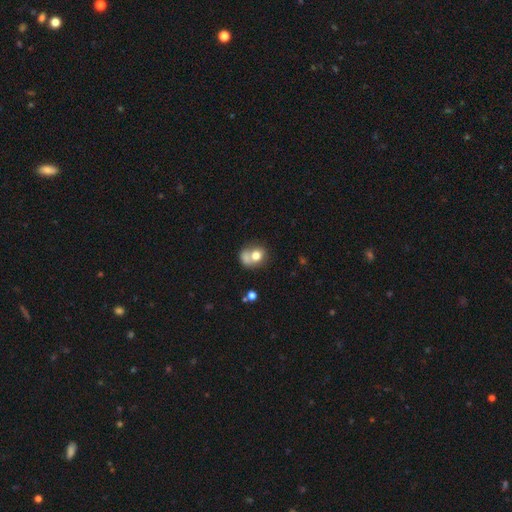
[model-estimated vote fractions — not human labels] Morphology: type=smooth (72%); roundness=round (63%); merging=merger (41%).